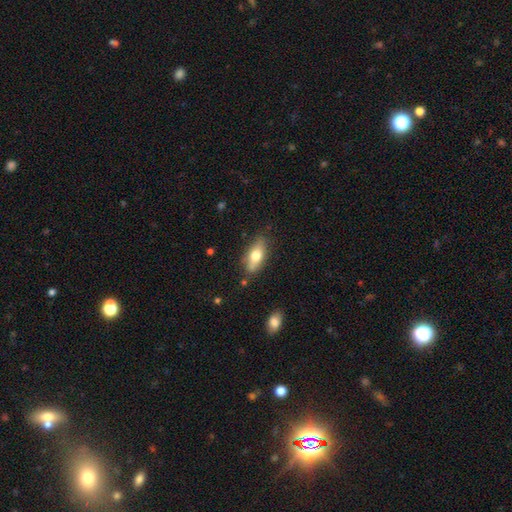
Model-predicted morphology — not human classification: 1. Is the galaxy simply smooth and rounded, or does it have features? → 68% smooth, 25% featured or disk, 7% star or artifact.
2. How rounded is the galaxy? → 79% in between, 17% cigar-shaped, 4% round.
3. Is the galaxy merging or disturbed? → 78% none, 16% minor disturbance, 3% major disturbance, 3% merger.